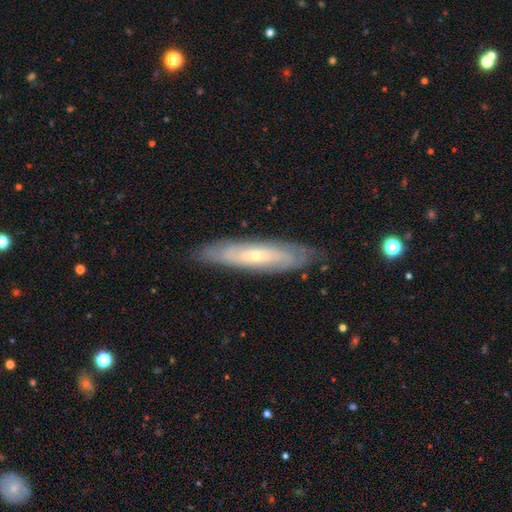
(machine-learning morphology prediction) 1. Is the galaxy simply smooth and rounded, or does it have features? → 69% featured or disk, 24% smooth, 7% star or artifact.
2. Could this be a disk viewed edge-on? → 60% no, 40% yes.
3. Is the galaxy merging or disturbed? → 83% none, 13% minor disturbance, 3% major disturbance, 1% merger.